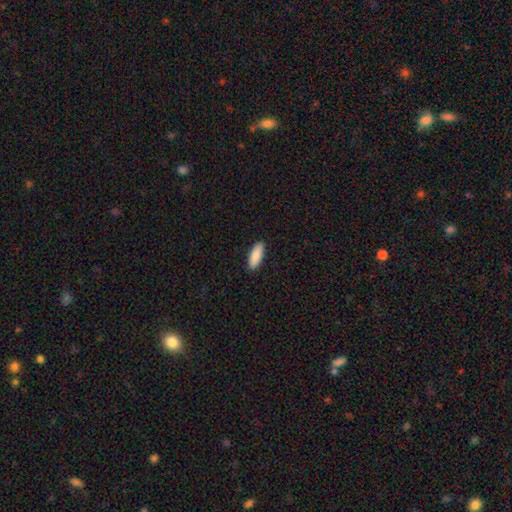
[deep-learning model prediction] The model was most divided on "how rounded": in between: 74%, cigar-shaped: 25%, round: 2%. More confident: merging — none (91%); smooth or featured — smooth (89%).